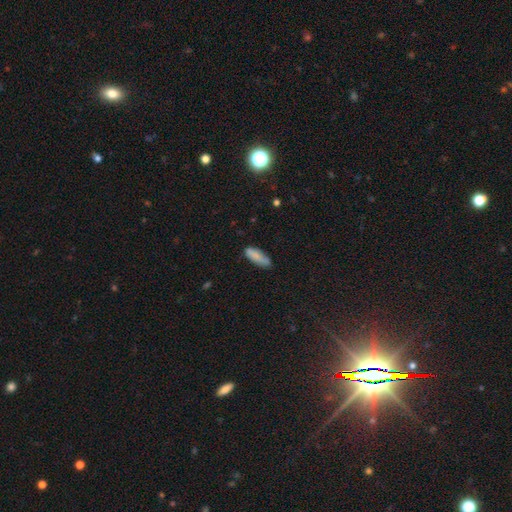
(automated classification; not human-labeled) Q: Smooth or featured?
A: smooth (83%); runner-up: featured or disk (10%)
Q: How rounded?
A: in between (66%); runner-up: cigar-shaped (32%)
Q: Merging?
A: none (66%); runner-up: minor disturbance (27%)